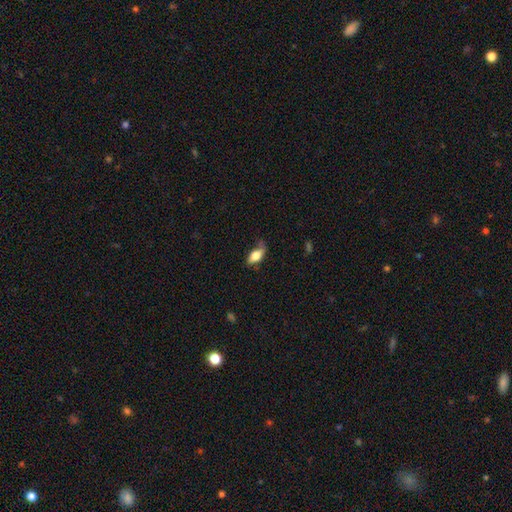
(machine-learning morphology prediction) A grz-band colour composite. It shows a smooth galaxy with no disk features (69%) that is in between round and cigar-shaped (83%). Merging: none (52%).